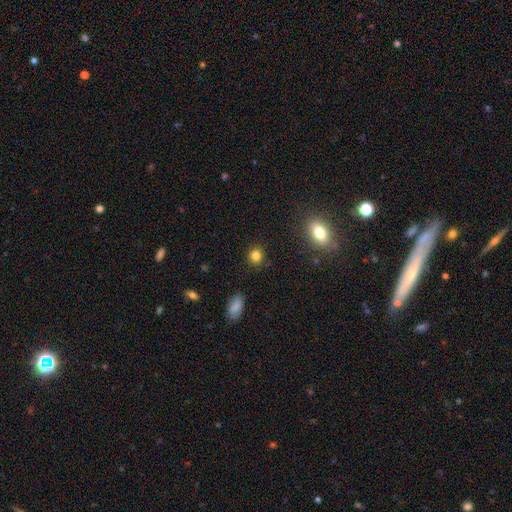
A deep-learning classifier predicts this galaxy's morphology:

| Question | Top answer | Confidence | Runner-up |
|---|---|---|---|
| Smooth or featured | smooth | 83% | star or artifact (12%) |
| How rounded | round | 79% | in between (20%) |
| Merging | none | 88% | minor disturbance (8%) |